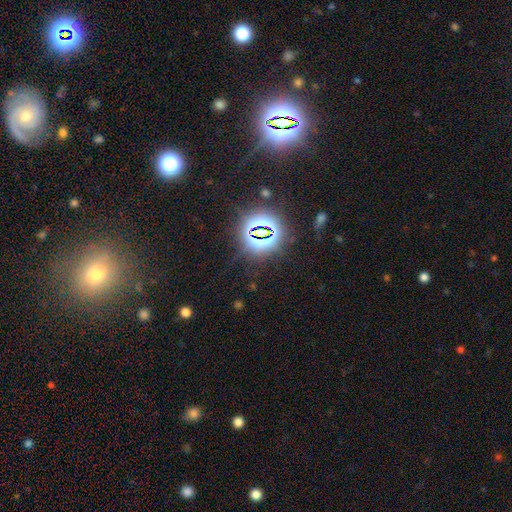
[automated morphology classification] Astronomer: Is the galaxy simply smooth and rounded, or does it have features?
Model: star or artifact — 77%.